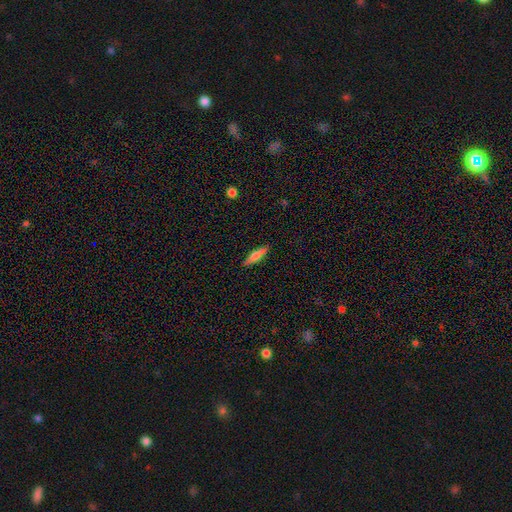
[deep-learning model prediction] Smooth or featured? smooth (54%)
How rounded? cigar-shaped (74%)
Merging? none (89%)